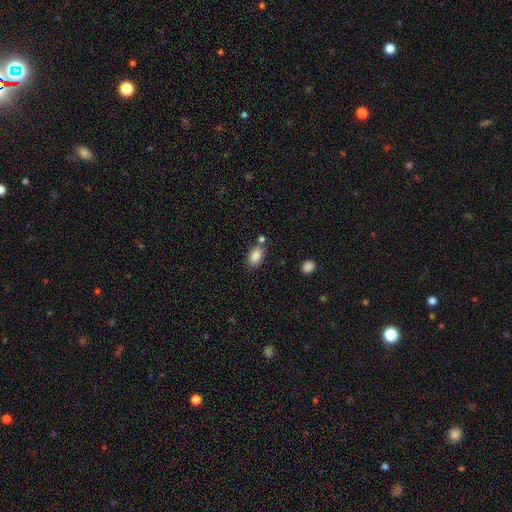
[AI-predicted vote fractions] This appears to be a smooth galaxy with no disk features (87%) that is in between round and cigar-shaped (87%). Merging: none (69%).